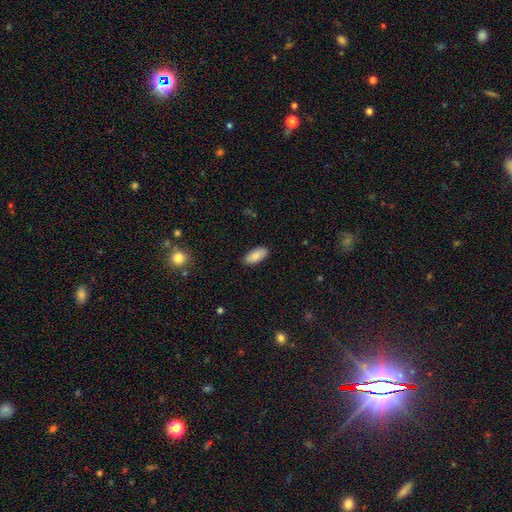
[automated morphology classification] A smooth galaxy with no disk features (88%) that is in between round and cigar-shaped (87%).

Vote fractions:
- Smooth or featured? smooth: 88% / star or artifact: 6% / featured or disk: 6%
- How rounded? in between: 87% / cigar-shaped: 11% / round: 2%
- Merging? none: 89% / minor disturbance: 8% / major disturbance: 2% / merger: 1%